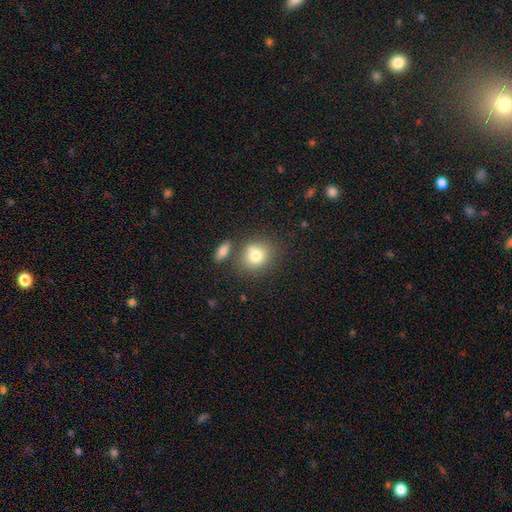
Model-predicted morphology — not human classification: A smooth galaxy with no disk features (78%) that is round (65%). Merging: none (62%).